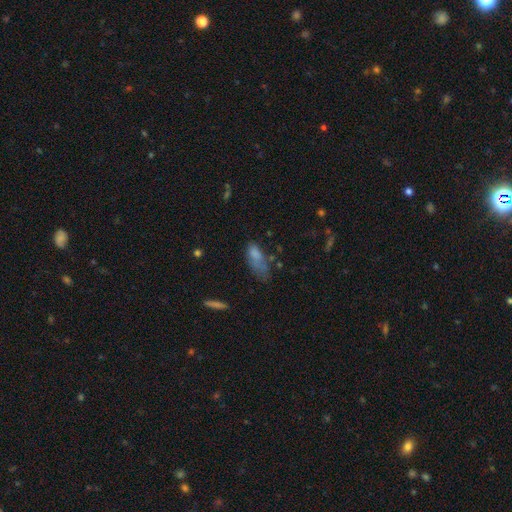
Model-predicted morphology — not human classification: type=smooth (72%); roundness=in between (76%); merging=major disturbance (34%).